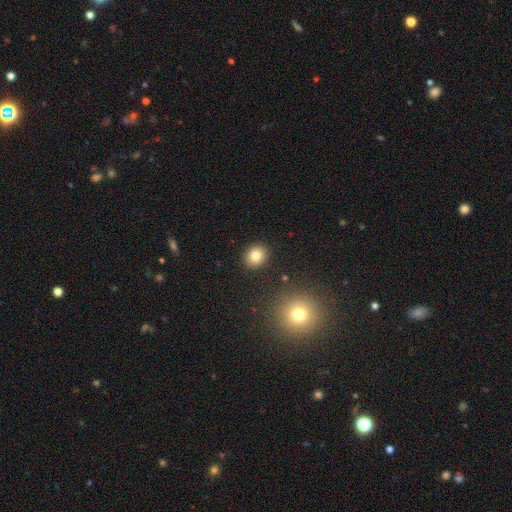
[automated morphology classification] The model was most divided on "how rounded": round: 74%, in between: 25%, cigar-shaped: 1%. More confident: merging — none (90%); smooth or featured — smooth (80%).